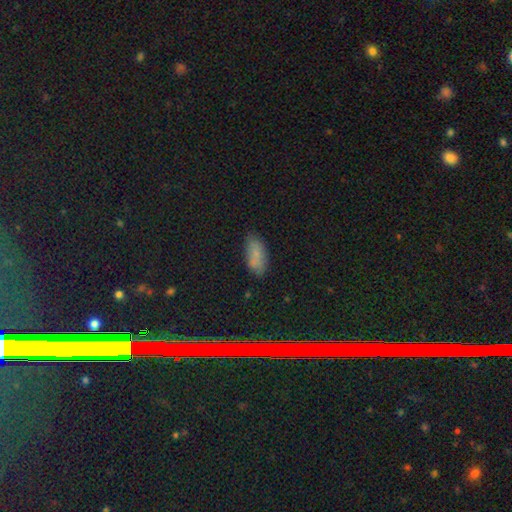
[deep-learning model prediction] Smooth or featured? Predicted: smooth (p=0.72). How rounded? Predicted: in between (p=0.84). Merging? Predicted: none (p=0.72).